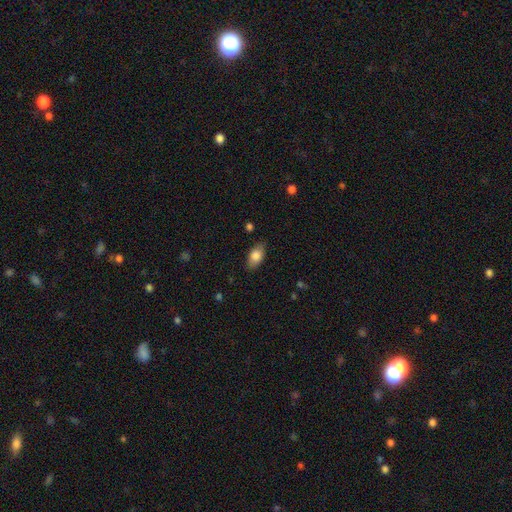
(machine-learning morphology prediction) smooth_or_featured: smooth (p=0.81) [alt: featured or disk p=0.12]
how_rounded: in between (p=0.90) [alt: round p=0.06]
merging: none (p=0.81) [alt: minor disturbance p=0.15]